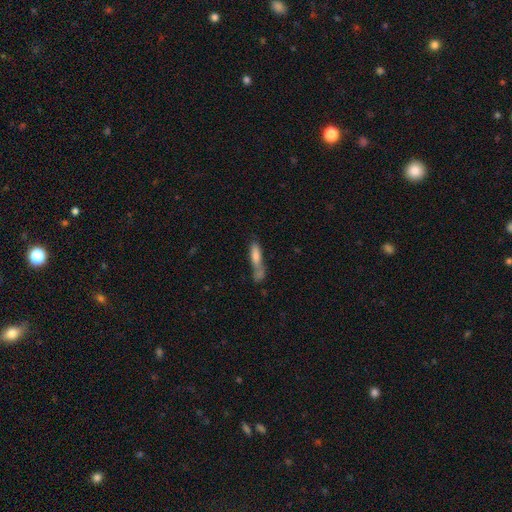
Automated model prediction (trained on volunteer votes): Q: Smooth or featured?
A: smooth (71%); runner-up: featured or disk (20%)
Q: How rounded?
A: cigar-shaped (64%); runner-up: in between (33%)
Q: Merging?
A: merger (44%); runner-up: none (28%)